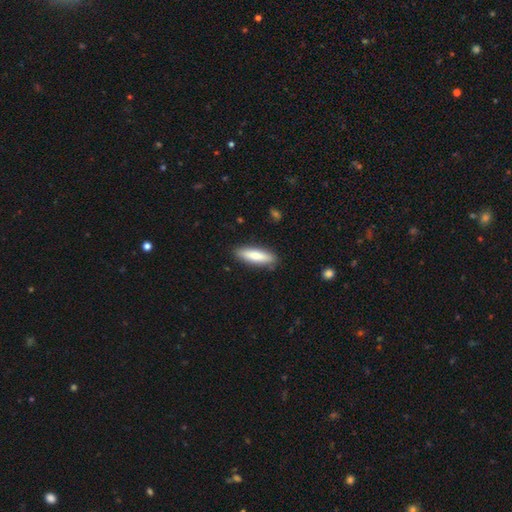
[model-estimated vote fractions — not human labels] smooth-or-featured: smooth: 78% | featured or disk: 16% | star or artifact: 5%
  how-rounded: cigar-shaped: 60% | in between: 38% | round: 1%
  merging: none: 87% | minor disturbance: 10% | major disturbance: 2% | merger: 1%